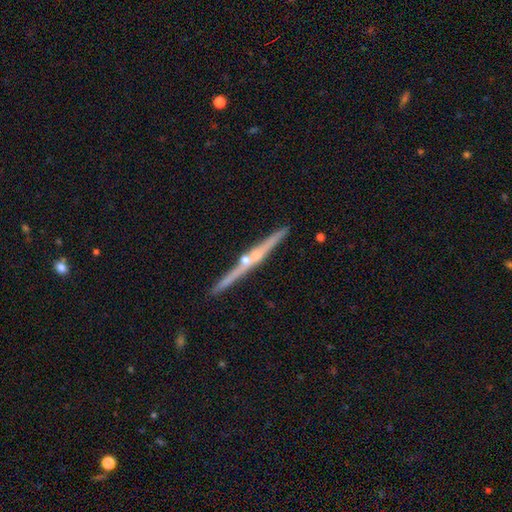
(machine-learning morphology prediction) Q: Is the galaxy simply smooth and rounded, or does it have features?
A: featured or disk — 75%.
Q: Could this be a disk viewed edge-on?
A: yes — 98%.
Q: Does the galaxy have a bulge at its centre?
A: rounded — 71%.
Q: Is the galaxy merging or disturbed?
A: none — 85%.